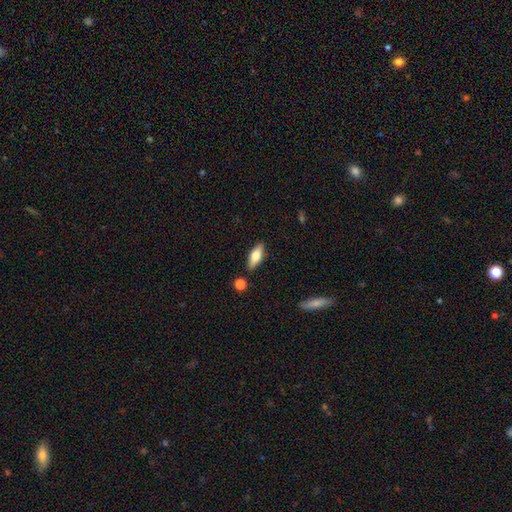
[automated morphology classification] smooth_or_featured: smooth (p=0.58) [alt: featured or disk p=0.35]
how_rounded: in between (p=0.63) [alt: cigar-shaped p=0.34]
merging: none (p=0.85) [alt: minor disturbance p=0.09]